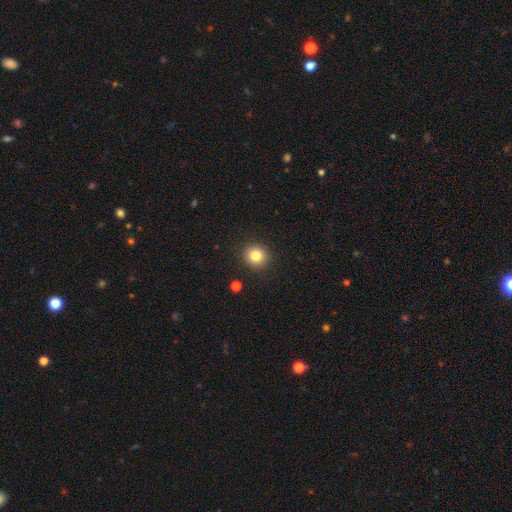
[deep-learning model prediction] Smooth or featured: smooth — 82% (star or artifact — 11%)
How rounded: round — 90% (in between — 9%)
Merging: none — 90% (minor disturbance — 6%)